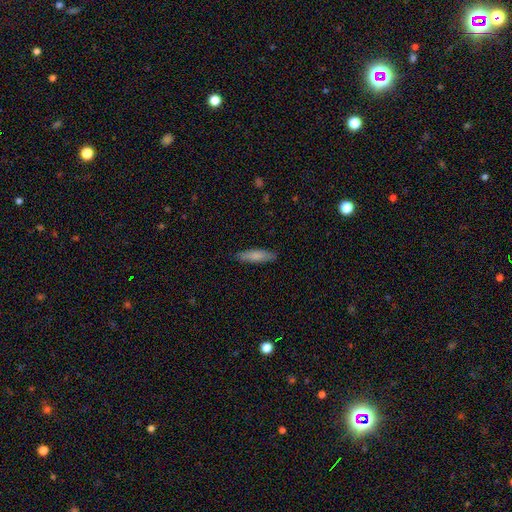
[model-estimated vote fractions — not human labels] This is likely a smooth galaxy (80%). How rounded: likely cigar-shaped (72%). Merging: clearly none (87%).